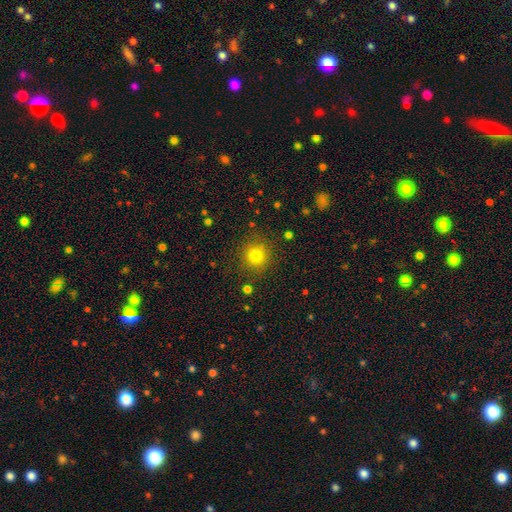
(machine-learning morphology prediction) A smooth galaxy with no disk features (79%) that is round (92%).

Vote fractions:
- Smooth or featured? smooth: 79% / star or artifact: 14% / featured or disk: 7%
- How rounded? round: 92% / in between: 7% / cigar-shaped: 1%
- Merging? none: 87% / minor disturbance: 8% / major disturbance: 3% / merger: 2%